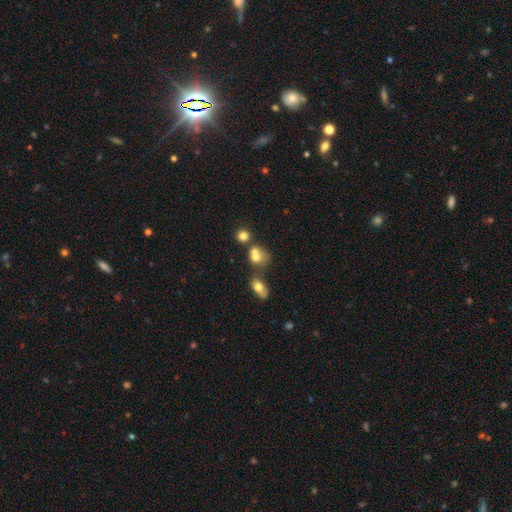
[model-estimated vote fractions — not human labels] Smooth or featured: smooth — 71% (featured or disk — 16%)
How rounded: round — 58% (in between — 40%)
Merging: merger — 55% (none — 29%)